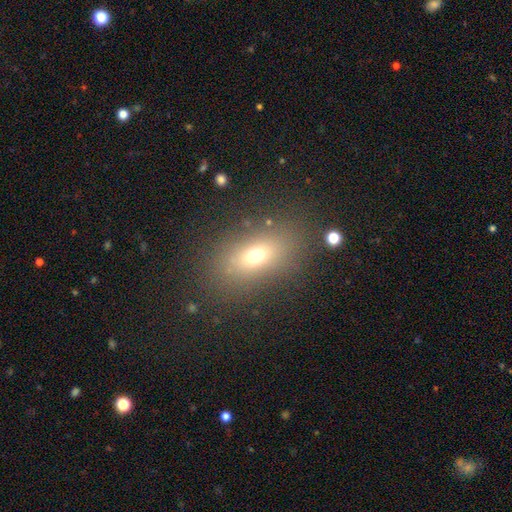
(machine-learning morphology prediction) The model was most divided on "smooth or featured": smooth: 66%, featured or disk: 18%, star or artifact: 16%. More confident: merging — none (82%); how rounded — in between (77%).